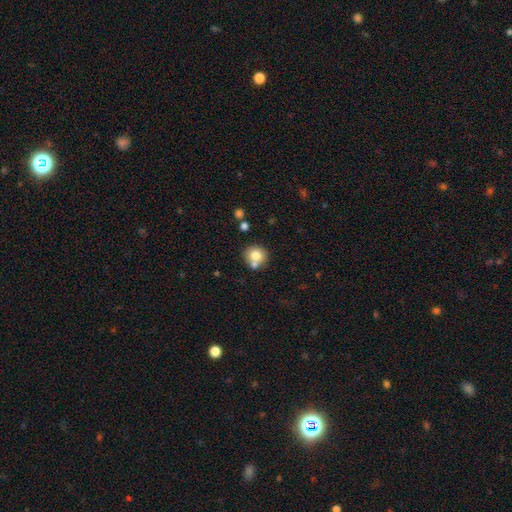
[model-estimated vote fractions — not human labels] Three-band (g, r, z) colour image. It shows a smooth galaxy with no disk features (77%) that is round (86%). Merging: none (62%).